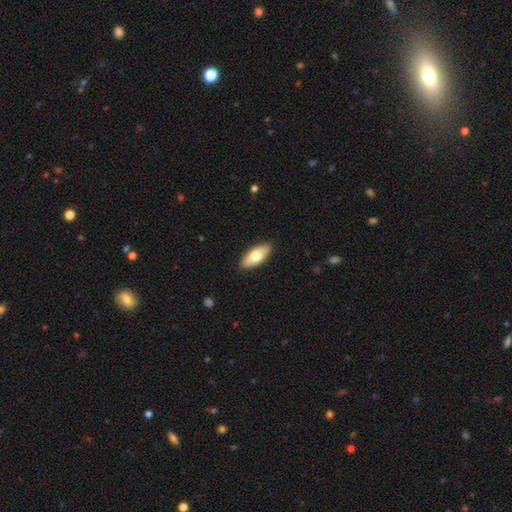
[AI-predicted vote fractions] Smooth or featured: smooth — 68% (featured or disk — 26%)
How rounded: in between — 84% (cigar-shaped — 14%)
Merging: none — 89% (minor disturbance — 8%)